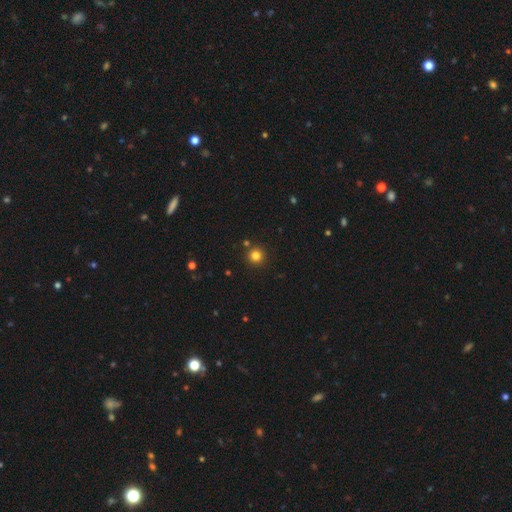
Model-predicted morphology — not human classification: Smooth or featured? smooth (80%)
How rounded? round (95%)
Merging? none (88%)